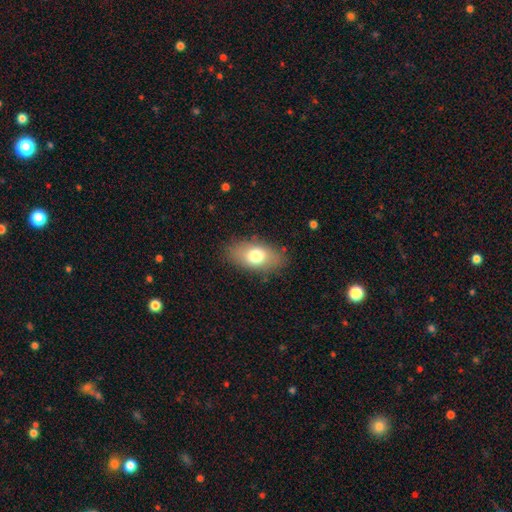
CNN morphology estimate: Overall: smooth (73%). How rounded: in between (88%). Merging: none (83%).